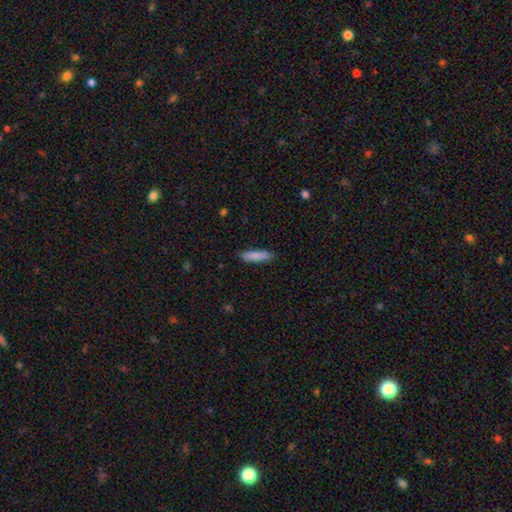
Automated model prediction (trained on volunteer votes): Q: Smooth or featured?
A: smooth (87%); runner-up: featured or disk (7%)
Q: How rounded?
A: cigar-shaped (75%); runner-up: in between (24%)
Q: Merging?
A: none (87%); runner-up: minor disturbance (10%)